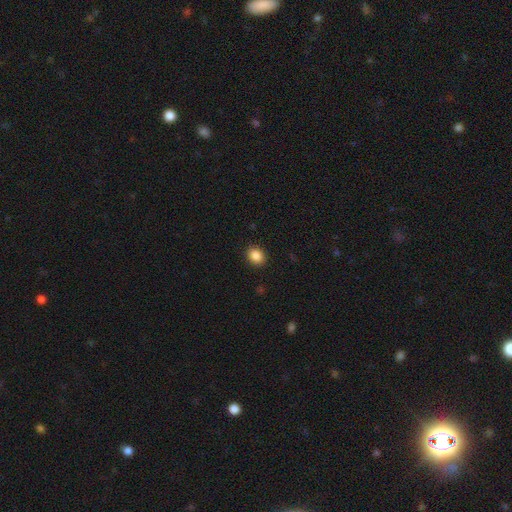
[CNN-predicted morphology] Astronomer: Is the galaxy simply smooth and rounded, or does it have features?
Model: smooth — 88%.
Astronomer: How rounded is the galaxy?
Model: round — 52% (runner-up: in between, 47%).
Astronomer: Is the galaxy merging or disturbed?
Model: none — 90%.